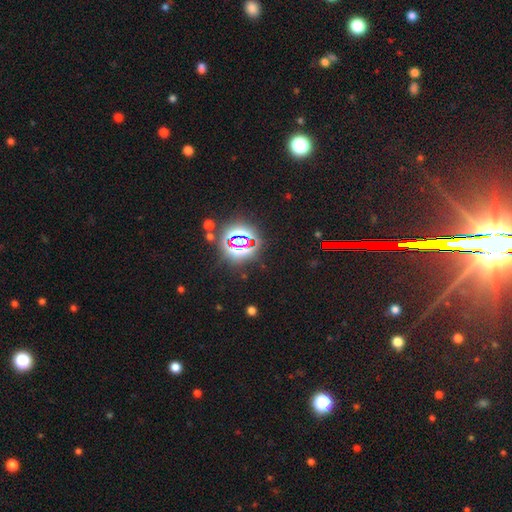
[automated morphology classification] star or artifact 81%, smooth 10%, featured or disk 9%.